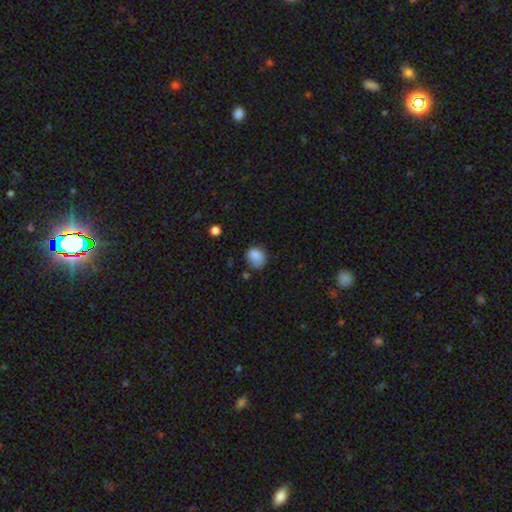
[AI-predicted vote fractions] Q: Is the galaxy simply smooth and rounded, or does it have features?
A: smooth — 83%.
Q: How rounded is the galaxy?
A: round — 56%.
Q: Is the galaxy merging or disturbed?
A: none — 59%.